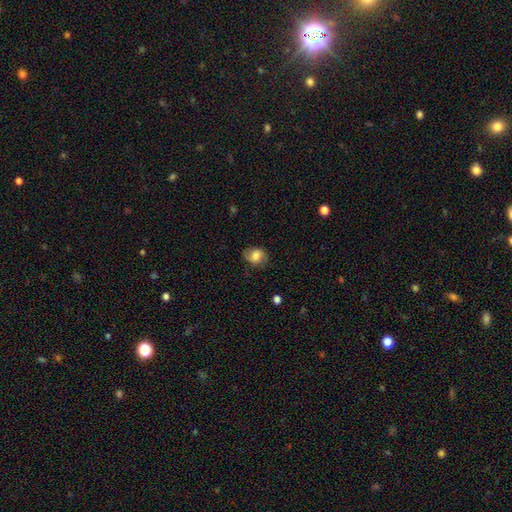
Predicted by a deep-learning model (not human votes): Smooth or featured: smooth — 70% (featured or disk — 21%)
How rounded: round — 51% (in between — 48%)
Merging: none — 72% (minor disturbance — 21%)